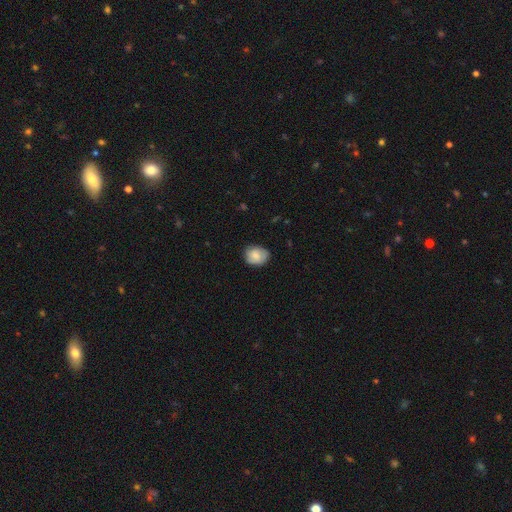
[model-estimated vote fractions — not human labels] A smooth galaxy with no disk features (78%) that is round (51%). Merging: none (74%).